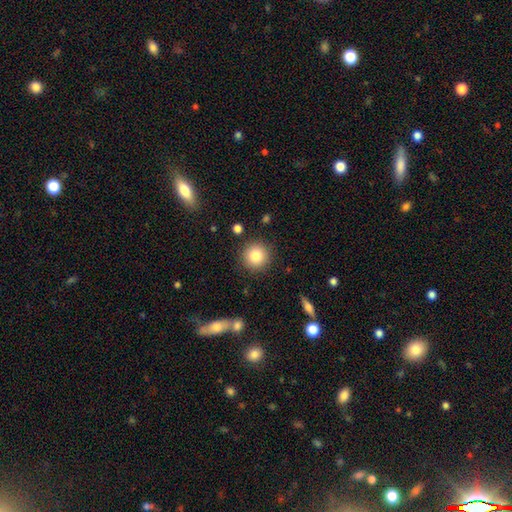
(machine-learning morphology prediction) smooth-or-featured: smooth: 82% | star or artifact: 10% | featured or disk: 8%
  how-rounded: round: 94% | in between: 5% | cigar-shaped: 1%
  merging: none: 89% | minor disturbance: 7% | major disturbance: 2% | merger: 2%